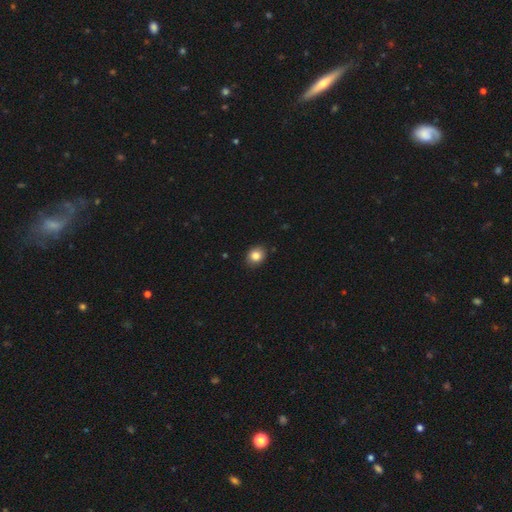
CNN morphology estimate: type=smooth (84%); roundness=round (66%); merging=none (89%).